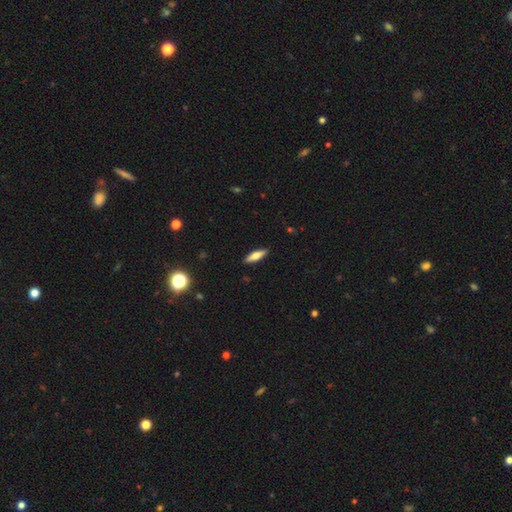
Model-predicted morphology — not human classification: smooth-or-featured: smooth: 55% | featured or disk: 38% | star or artifact: 7%
  how-rounded: cigar-shaped: 62% | in between: 36% | round: 2%
  merging: none: 90% | minor disturbance: 7% | major disturbance: 2% | merger: 1%